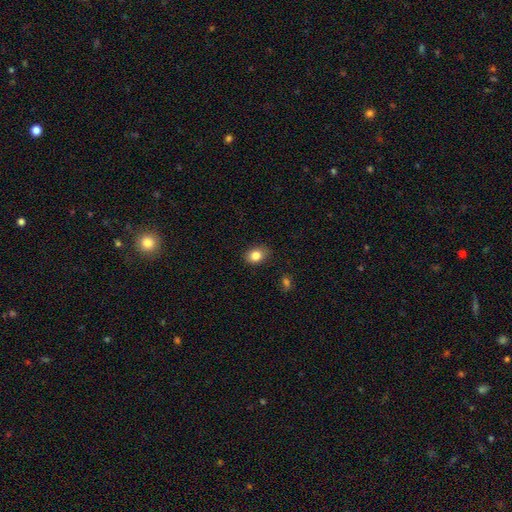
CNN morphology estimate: Smooth or featured: smooth — 84% (star or artifact — 9%)
How rounded: in between — 64% (round — 35%)
Merging: none — 84% (minor disturbance — 12%)